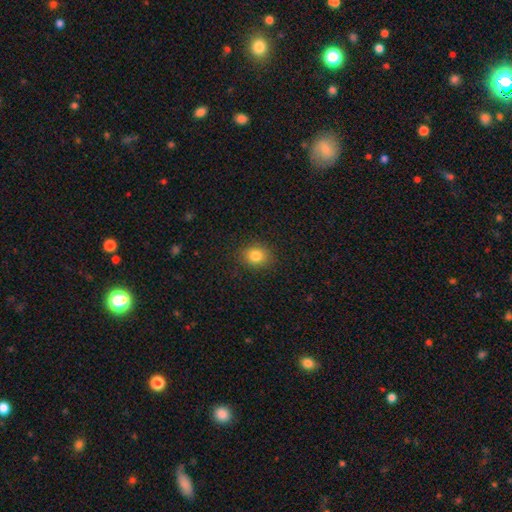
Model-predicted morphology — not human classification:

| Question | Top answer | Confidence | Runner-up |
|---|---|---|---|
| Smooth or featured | smooth | 83% | star or artifact (11%) |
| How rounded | round | 65% | in between (34%) |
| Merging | none | 87% | minor disturbance (9%) |